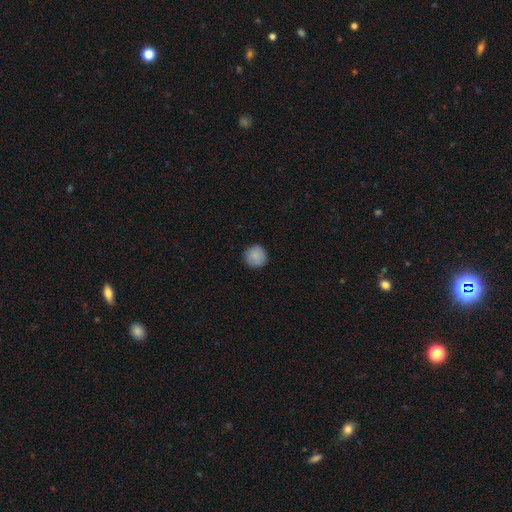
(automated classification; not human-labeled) Smooth or featured?
  - smooth: 87% *
  - star or artifact: 8%
  - featured or disk: 6%
How rounded?
  - round: 95% *
  - in between: 4%
  - cigar-shaped: 1%
Merging?
  - none: 89% *
  - minor disturbance: 8%
  - major disturbance: 2%
  - merger: 1%